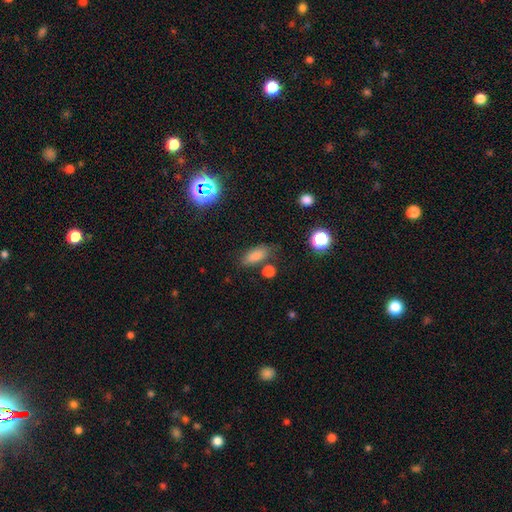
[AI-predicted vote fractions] A smooth galaxy with no disk features (82%) that is in between round and cigar-shaped (79%).

Vote fractions:
- Smooth or featured? smooth: 82% / star or artifact: 12% / featured or disk: 6%
- How rounded? in between: 79% / cigar-shaped: 15% / round: 6%
- Merging? none: 74% / minor disturbance: 15% / merger: 6% / major disturbance: 5%